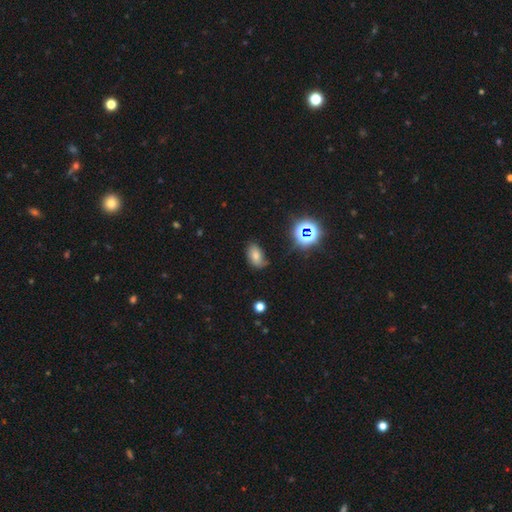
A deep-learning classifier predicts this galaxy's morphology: Smooth or featured: smooth — 66% (star or artifact — 19%)
How rounded: in between — 90% (round — 8%)
Merging: none — 64% (minor disturbance — 26%)